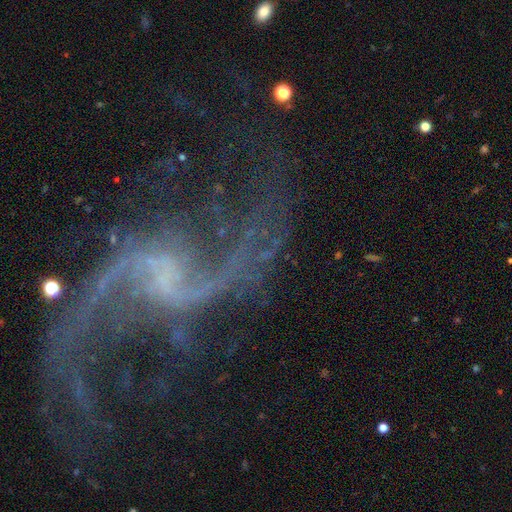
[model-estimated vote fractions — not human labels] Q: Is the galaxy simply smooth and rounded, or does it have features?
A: featured or disk — 91%.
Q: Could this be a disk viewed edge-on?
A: no — 97%.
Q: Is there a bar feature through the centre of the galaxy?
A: weak — 46%.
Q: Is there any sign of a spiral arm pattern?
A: yes — 96%.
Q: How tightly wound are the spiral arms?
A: loose — 87%.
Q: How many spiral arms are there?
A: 2 — 92%.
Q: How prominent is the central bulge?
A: none — 44%.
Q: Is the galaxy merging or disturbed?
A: none — 58%.